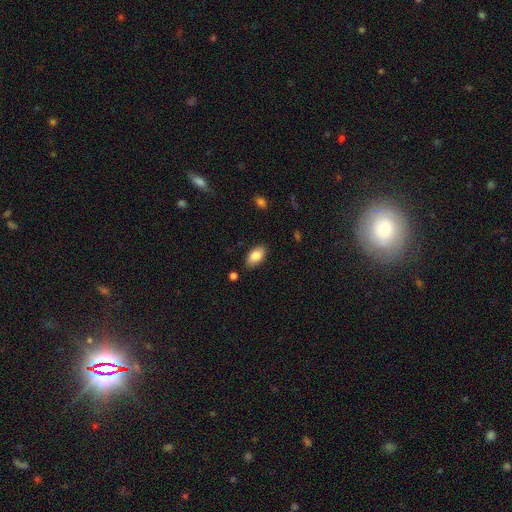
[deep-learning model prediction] smooth 84%, featured or disk 9%, star or artifact 7%. Down the decision tree: how rounded — in between (94%); merging — none (86%).